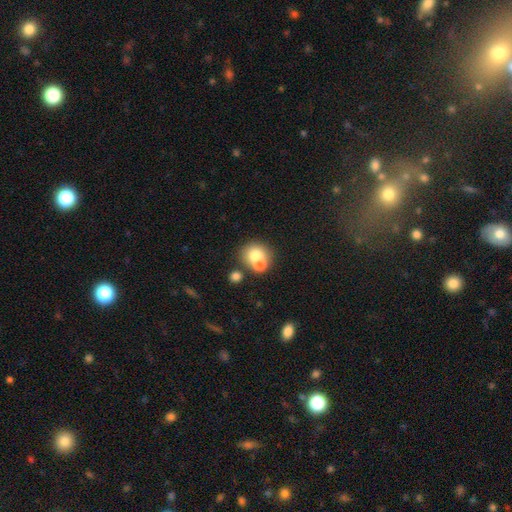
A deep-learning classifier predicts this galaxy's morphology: smooth-or-featured: smooth: 71% | featured or disk: 18% | star or artifact: 11%
  how-rounded: round: 81% | in between: 18% | cigar-shaped: 1%
  merging: none: 45% | merger: 44% | minor disturbance: 8% | major disturbance: 3%